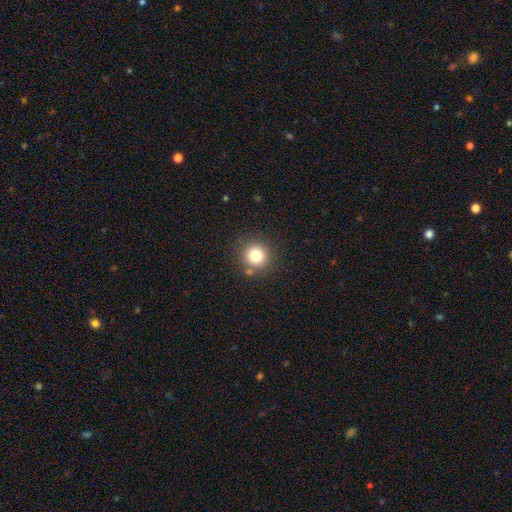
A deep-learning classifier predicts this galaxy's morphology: This is likely a smooth galaxy (79%). How rounded: clearly round (94%). Merging: clearly none (84%).